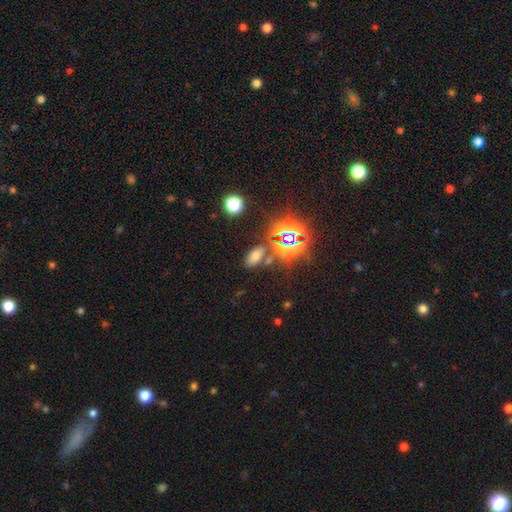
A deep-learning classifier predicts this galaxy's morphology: Smooth or featured? smooth (57%)
How rounded? in between (87%)
Merging? none (78%)